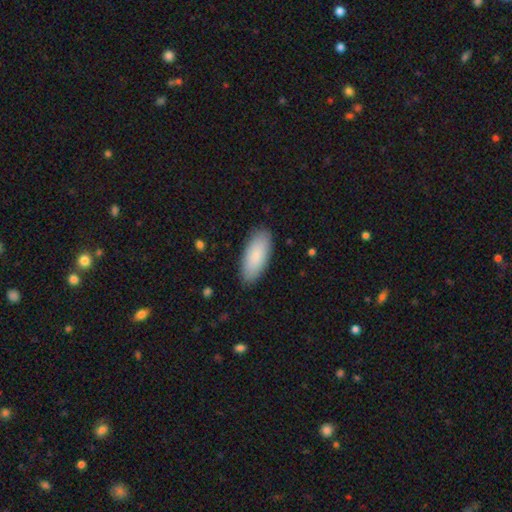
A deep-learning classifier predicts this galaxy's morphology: smooth 86%, featured or disk 8%, star or artifact 5%. Down the decision tree: how rounded — in between (85%); merging — none (88%).